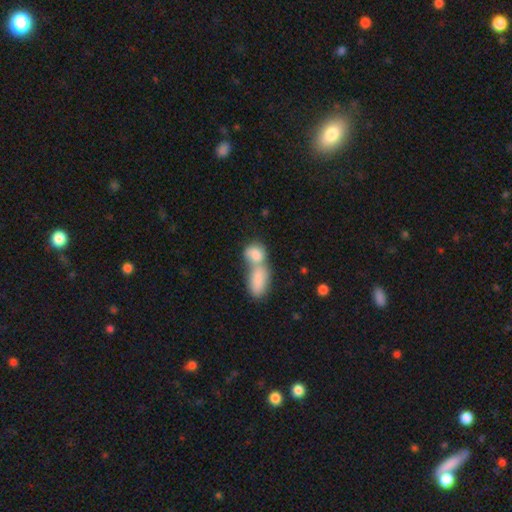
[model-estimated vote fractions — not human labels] The model was most divided on "merging": merger: 71%, none: 19%, minor disturbance: 6%, major disturbance: 4%. More confident: smooth or featured — smooth (81%); how rounded — in between (76%).